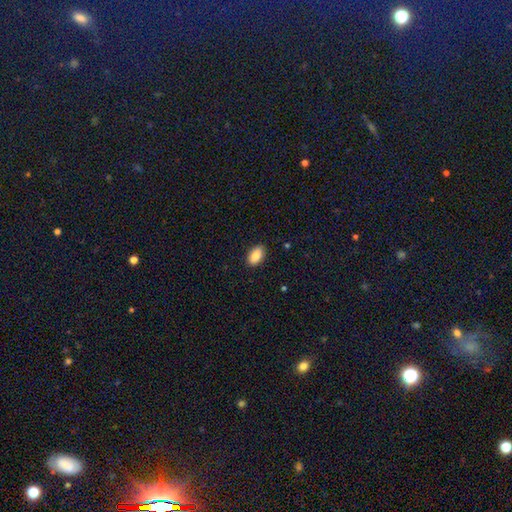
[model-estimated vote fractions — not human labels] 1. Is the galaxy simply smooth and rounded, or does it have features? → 87% smooth, 7% star or artifact, 6% featured or disk.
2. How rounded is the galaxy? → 93% in between, 5% round, 2% cigar-shaped.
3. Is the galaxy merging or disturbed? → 89% none, 8% minor disturbance, 2% major disturbance, 1% merger.